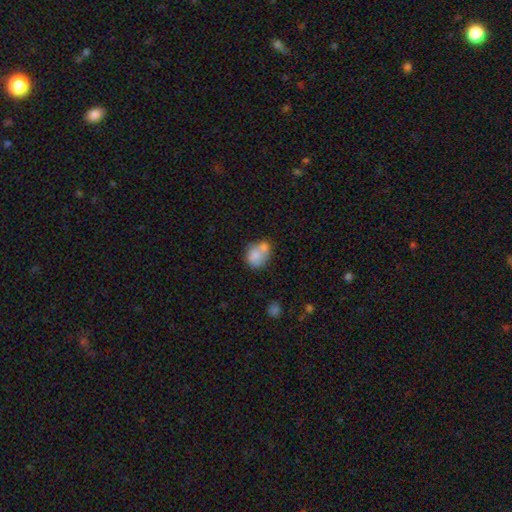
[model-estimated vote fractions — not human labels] The model was most divided on "how rounded": round: 51%, in between: 48%, cigar-shaped: 1%. Remaining: smooth or featured — smooth (73%); merging — merger (47%).